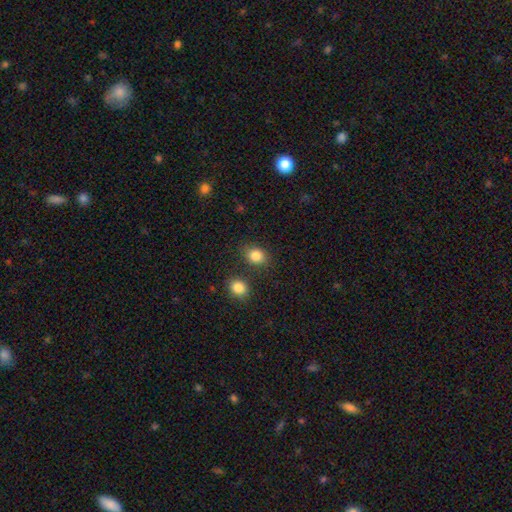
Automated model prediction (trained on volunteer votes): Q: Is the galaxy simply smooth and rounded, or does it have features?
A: smooth — 85%.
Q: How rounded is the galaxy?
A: in between — 53%.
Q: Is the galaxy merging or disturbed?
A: none — 77%.